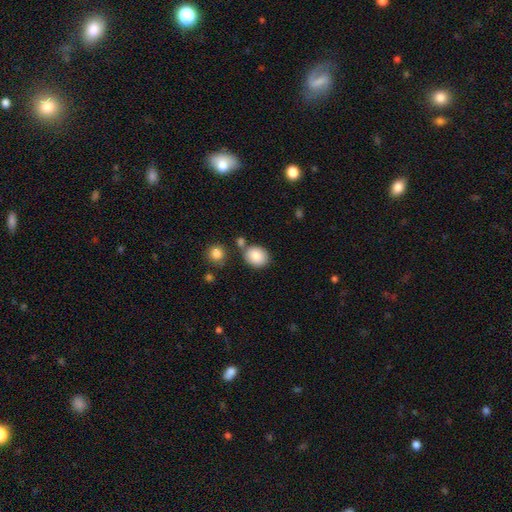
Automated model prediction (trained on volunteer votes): smooth-or-featured: smooth: 85% | star or artifact: 8% | featured or disk: 7%
  how-rounded: round: 58% | in between: 41% | cigar-shaped: 1%
  merging: none: 73% | merger: 12% | minor disturbance: 12% | major disturbance: 3%